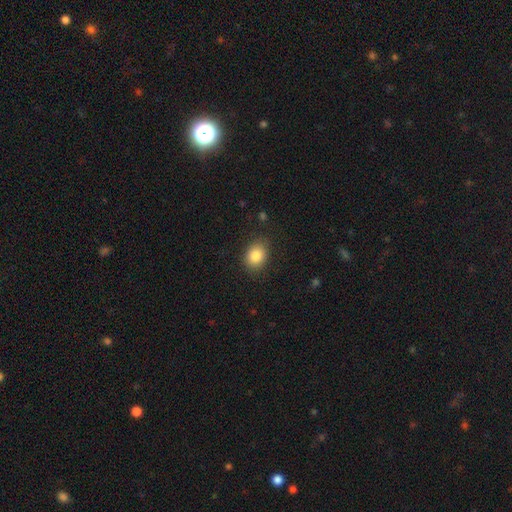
Volunteers were most divided on "how rounded": in between: 62%, round: 38%, cigar-shaped: 0%. More confident: smooth or featured — smooth (92%); merging — none (72%).